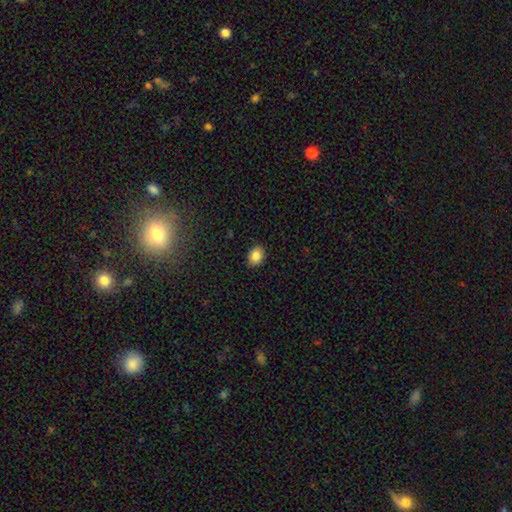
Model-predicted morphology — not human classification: Smooth or featured? Predicted: smooth (p=0.86). How rounded? Predicted: in between (p=0.62). Merging? Predicted: none (p=0.89).